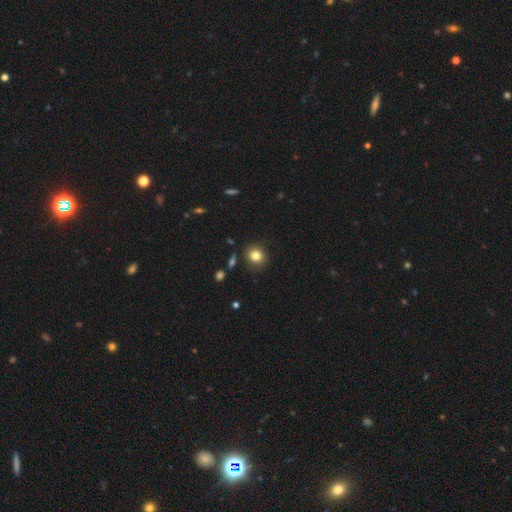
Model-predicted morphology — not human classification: smooth 82%, star or artifact 11%, featured or disk 7%. Down the decision tree: how rounded — round (81%); merging — none (86%).